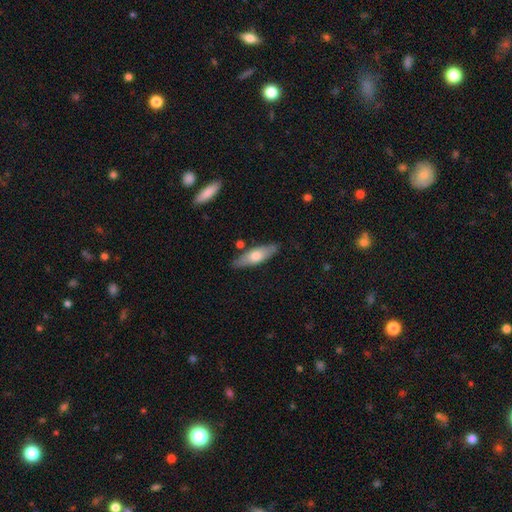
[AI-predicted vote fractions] smooth_or_featured: smooth (p=0.59) [alt: featured or disk p=0.35]
how_rounded: in between (p=0.54) [alt: cigar-shaped p=0.43]
merging: none (p=0.81) [alt: minor disturbance p=0.13]